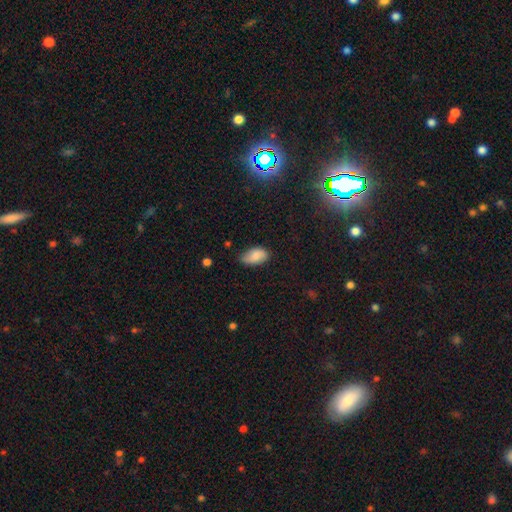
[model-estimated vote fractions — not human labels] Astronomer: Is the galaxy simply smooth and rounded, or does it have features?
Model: smooth — 83%.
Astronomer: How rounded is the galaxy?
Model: in between — 94%.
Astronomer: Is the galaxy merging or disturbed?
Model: none — 64%.